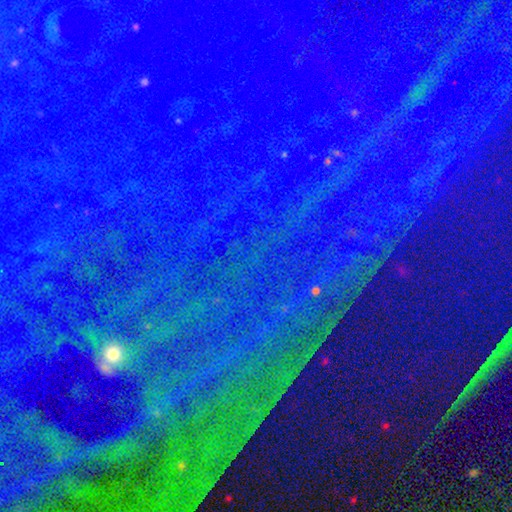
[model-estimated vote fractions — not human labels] Q: Smooth or featured?
A: star or artifact (85%); runner-up: featured or disk (8%)